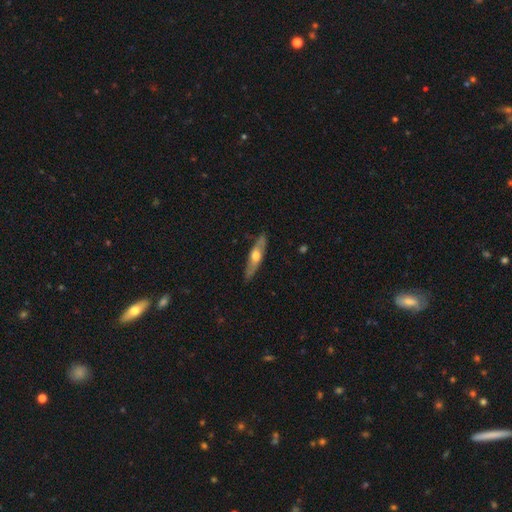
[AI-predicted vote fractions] featured or disk 55%, smooth 40%, star or artifact 5%. Down the decision tree: edge-on disk — yes (73%); merging — none (84%).